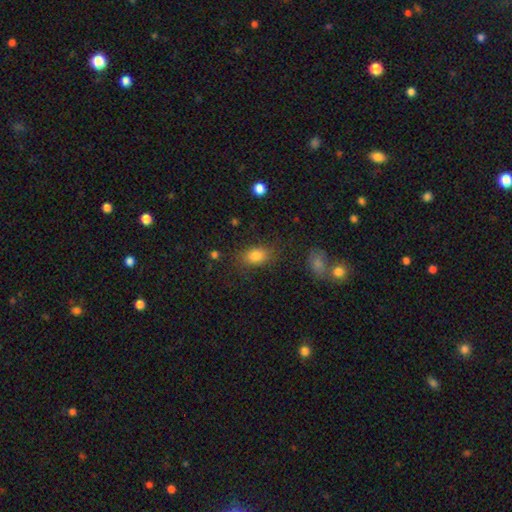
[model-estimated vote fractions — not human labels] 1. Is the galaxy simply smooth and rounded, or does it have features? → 82% smooth, 10% star or artifact, 8% featured or disk.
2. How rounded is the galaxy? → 82% in between, 16% round, 2% cigar-shaped.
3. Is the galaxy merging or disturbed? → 77% none, 15% minor disturbance, 5% major disturbance, 3% merger.